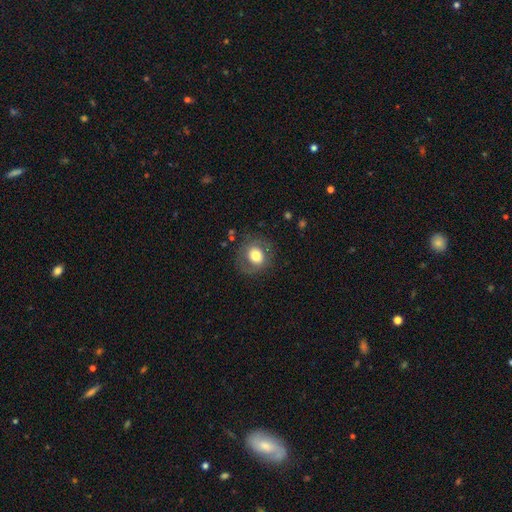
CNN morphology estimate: Q: Smooth or featured?
A: smooth (61%); runner-up: featured or disk (30%)
Q: How rounded?
A: round (78%); runner-up: in between (21%)
Q: Merging?
A: none (76%); runner-up: minor disturbance (14%)